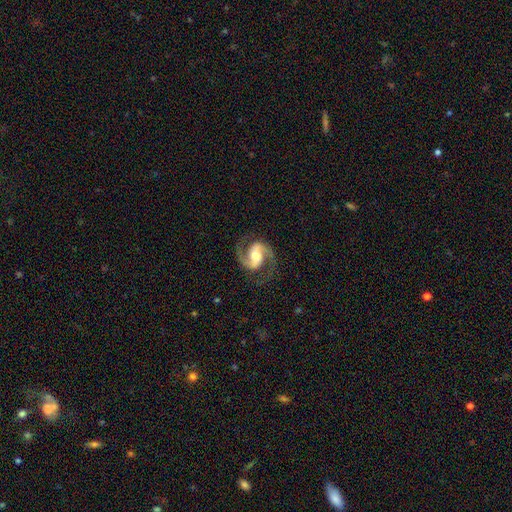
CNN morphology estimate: Smooth or featured: featured or disk — 91% (smooth — 4%)
Edge-on disk: no — 98% (yes — 2%)
Bar: weak — 40% (strong — 36%)
Spiral arms: yes — 98% (no — 2%)
Spiral winding: medium — 63% (loose — 21%)
Spiral arm count: 2 — 94% (1 — 1%)
Bulge size: moderate — 54% (large — 21%)
Merging: none — 81% (minor disturbance — 12%)